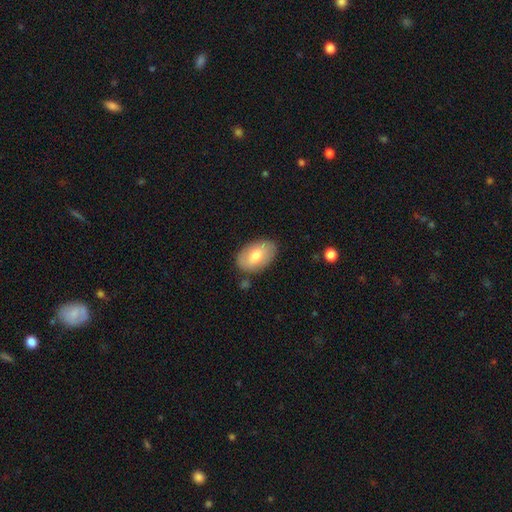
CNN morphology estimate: smooth-or-featured: smooth: 70% | featured or disk: 24% | star or artifact: 6%
  how-rounded: in between: 91% | round: 8% | cigar-shaped: 1%
  merging: none: 81% | minor disturbance: 13% | major disturbance: 3% | merger: 3%